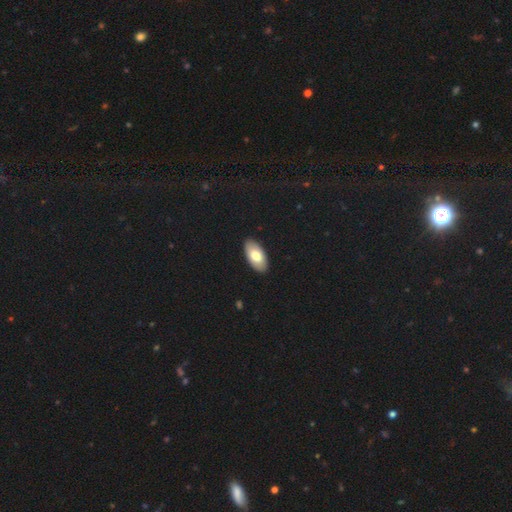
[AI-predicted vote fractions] Morphology: type=smooth (75%); roundness=in between (95%); merging=none (90%).